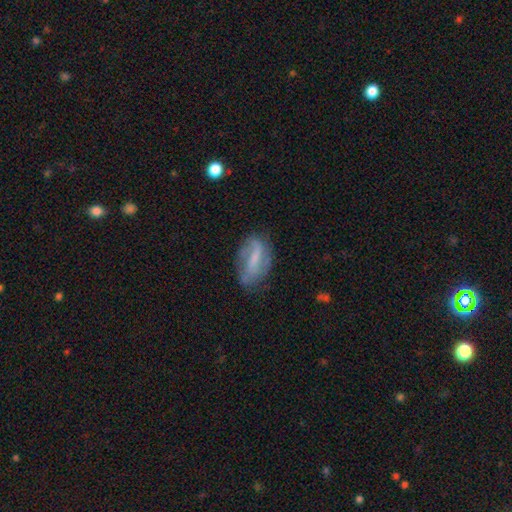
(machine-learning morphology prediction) type=featured or disk (61%); edge-on=no (91%); bar=strong (43%); spiral arms=yes (74%); bulge=none (38%); merging=none (65%).